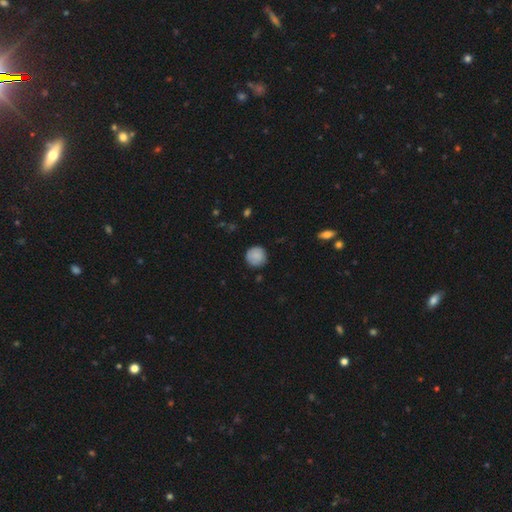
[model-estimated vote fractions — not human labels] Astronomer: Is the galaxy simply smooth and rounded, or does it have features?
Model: smooth — 85%.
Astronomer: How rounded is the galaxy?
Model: round — 94%.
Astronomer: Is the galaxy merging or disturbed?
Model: none — 85%.